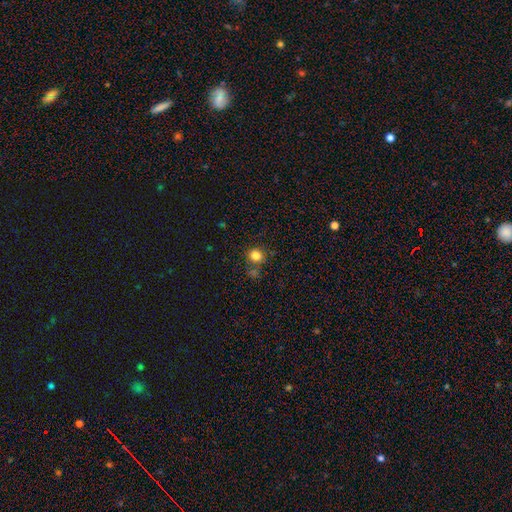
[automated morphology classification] smooth_or_featured: smooth (p=0.83) [alt: star or artifact p=0.12]
how_rounded: round (p=0.84) [alt: in between p=0.15]
merging: none (p=0.74) [alt: minor disturbance p=0.11]